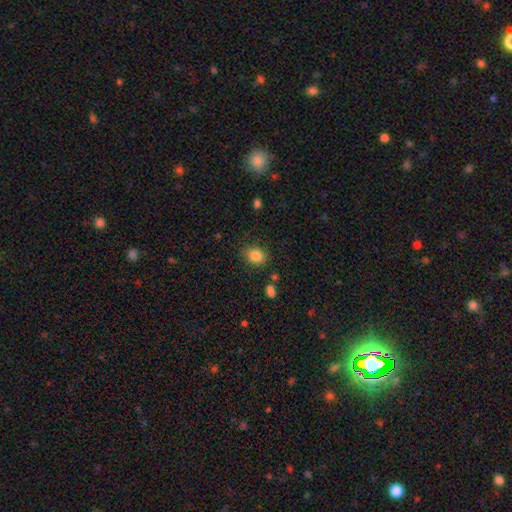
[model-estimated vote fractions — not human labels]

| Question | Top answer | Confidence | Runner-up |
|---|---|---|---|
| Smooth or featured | smooth | 84% | star or artifact (10%) |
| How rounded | round | 57% | in between (42%) |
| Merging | none | 82% | minor disturbance (12%) |